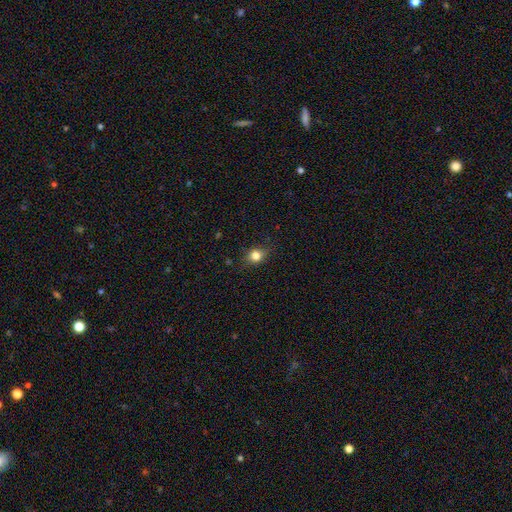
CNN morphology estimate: smooth_or_featured: smooth (p=0.80) [alt: star or artifact p=0.12]
how_rounded: round (p=0.63) [alt: in between p=0.35]
merging: none (p=0.80) [alt: minor disturbance p=0.16]